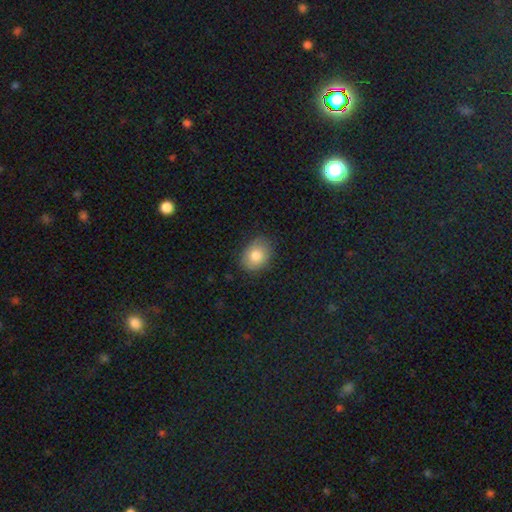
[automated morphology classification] This appears to be a smooth galaxy with no disk features (81%) that is in between round and cigar-shaped (59%). Merging: none (81%).